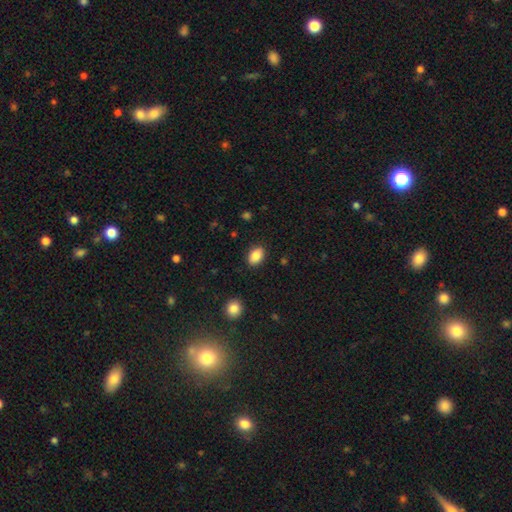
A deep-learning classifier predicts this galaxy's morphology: smooth 87%, star or artifact 8%, featured or disk 5%. Down the decision tree: how rounded — in between (83%); merging — none (88%).